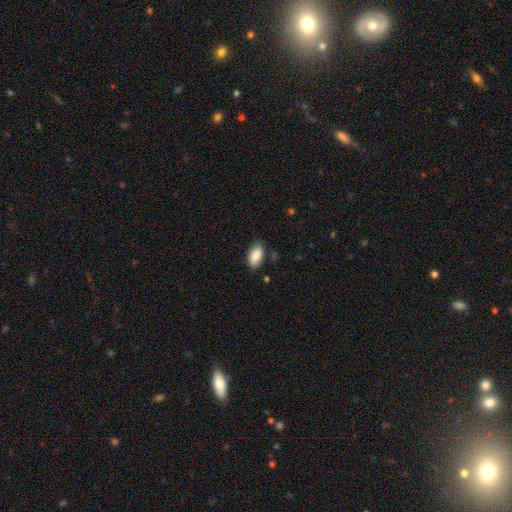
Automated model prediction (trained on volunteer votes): A smooth galaxy with no disk features (87%) that is in between round and cigar-shaped (93%).

Vote fractions:
- Smooth or featured? smooth: 87% / star or artifact: 7% / featured or disk: 6%
- How rounded? in between: 93% / cigar-shaped: 4% / round: 3%
- Merging? none: 82% / minor disturbance: 14% / major disturbance: 3% / merger: 2%